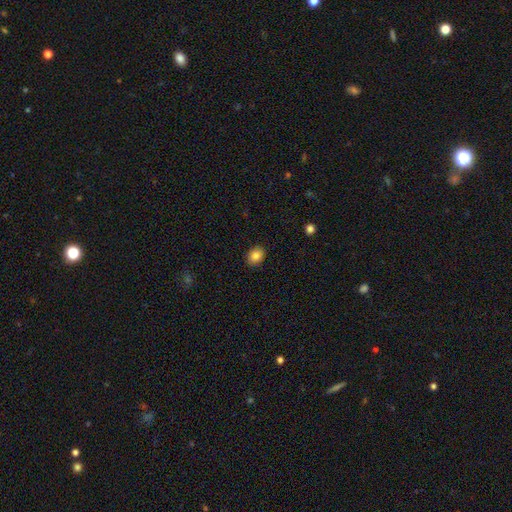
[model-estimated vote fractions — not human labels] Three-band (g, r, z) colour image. It shows a smooth galaxy with no disk features (85%) that is in between round and cigar-shaped (58%). Merging: none (87%).